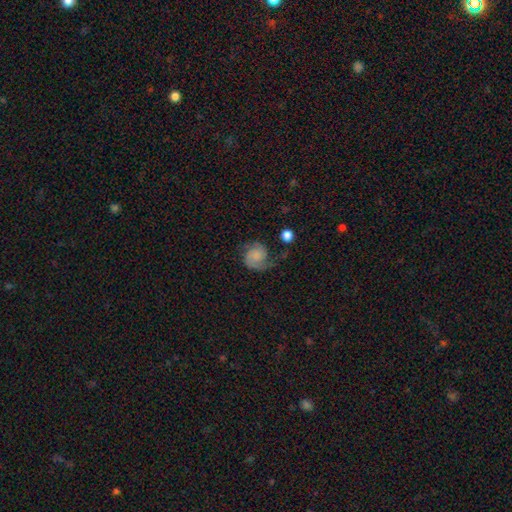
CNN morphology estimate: This is possibly a featured or disk galaxy (57%). It is clearly not viewed edge-on (98%). Bar: likely no (73%). Spiral arm pattern: clearly yes (92%). Spiral arm count: possibly 2 (56%). Spiral winding: marginally medium (40%). Central bulge: marginally none (39%). Merging: possibly none (47%).